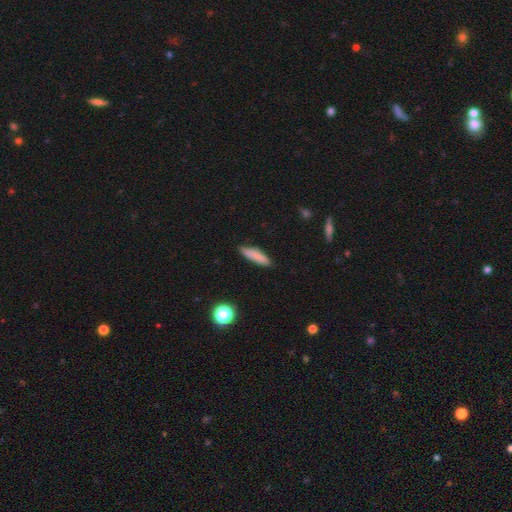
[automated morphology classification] smooth_or_featured: smooth (p=0.82) [alt: featured or disk p=0.10]
how_rounded: cigar-shaped (p=0.72) [alt: in between p=0.26]
merging: none (p=0.82) [alt: minor disturbance p=0.14]